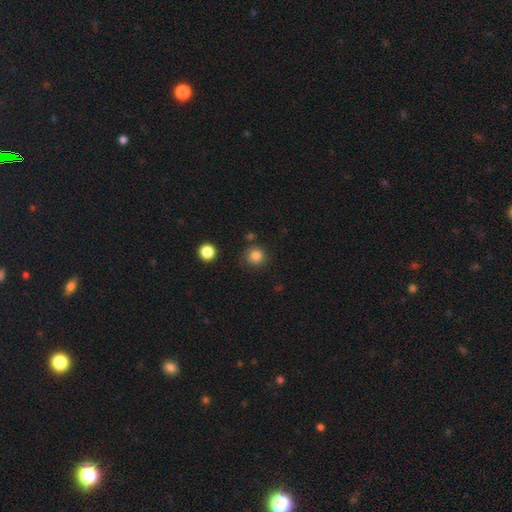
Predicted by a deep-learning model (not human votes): smooth-or-featured: smooth: 83% | star or artifact: 12% | featured or disk: 5%
  how-rounded: round: 92% | in between: 7% | cigar-shaped: 1%
  merging: none: 82% | minor disturbance: 11% | merger: 4% | major disturbance: 3%